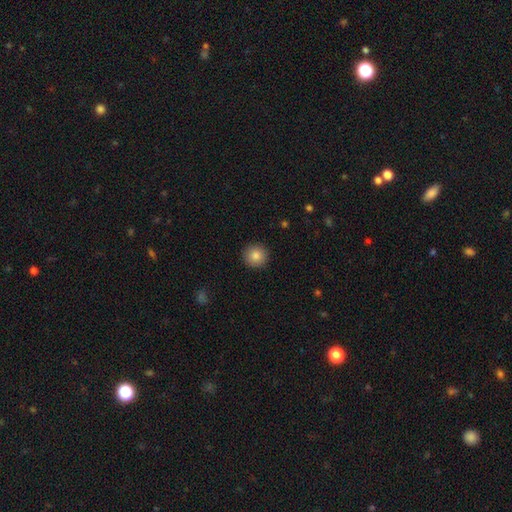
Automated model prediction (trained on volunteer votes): Smooth or featured? Predicted: smooth (p=0.85). How rounded? Predicted: round (p=0.94). Merging? Predicted: none (p=0.92).